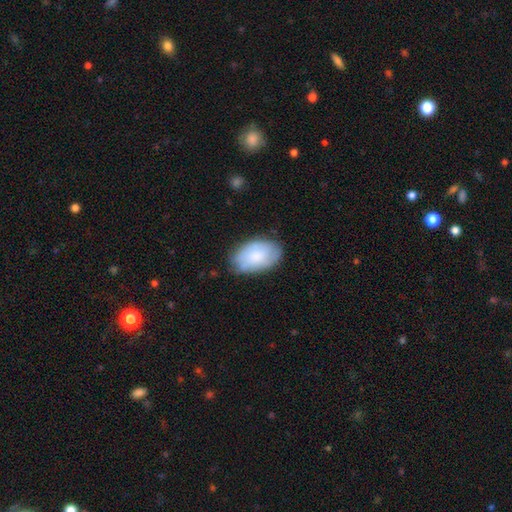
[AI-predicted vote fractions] The model was most divided on "smooth or featured": smooth: 69%, featured or disk: 24%, star or artifact: 6%. More confident: how rounded — in between (92%); merging — none (74%).